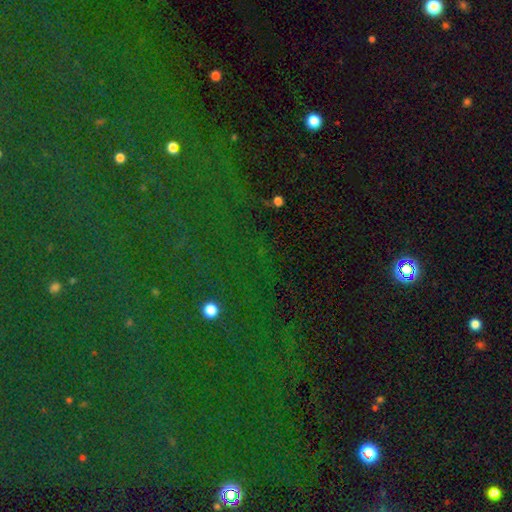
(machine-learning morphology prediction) A star or artifact, not a galaxy (82%).